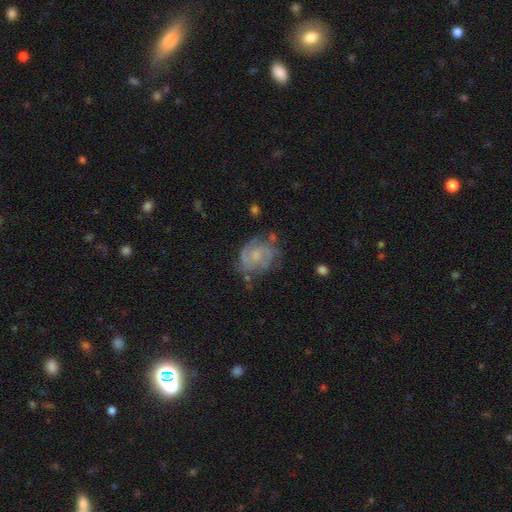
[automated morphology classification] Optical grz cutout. It shows a featured or disk galaxy (78%) with no bar (57%), 2 (56%) tight (45%) spiral arms (92%) and a small central bulge (48%). Merging: none (63%).